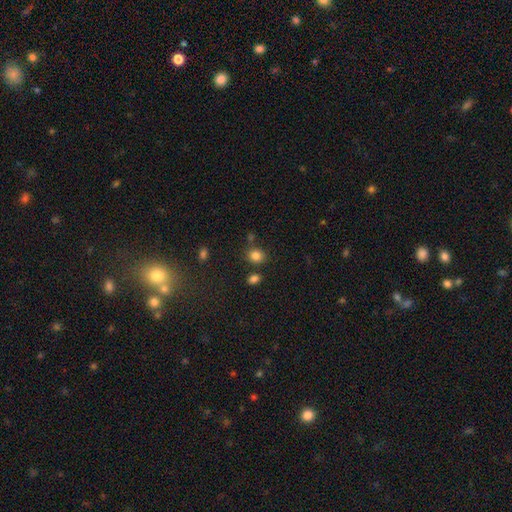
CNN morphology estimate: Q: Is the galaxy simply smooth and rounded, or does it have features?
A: smooth — 83%.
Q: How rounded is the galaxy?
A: round — 68%.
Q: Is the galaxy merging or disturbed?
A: none — 76%.